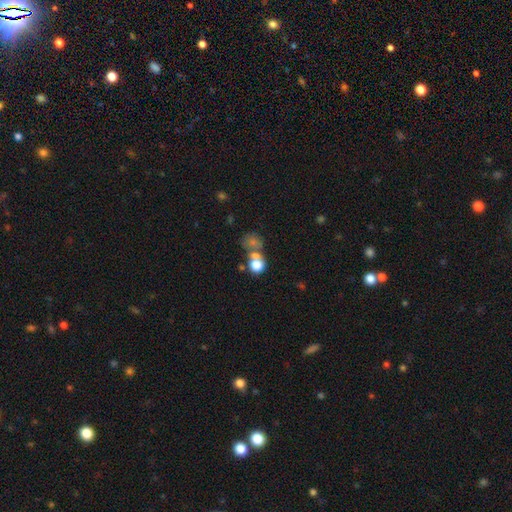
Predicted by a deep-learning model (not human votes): This is possibly a smooth galaxy (49%). Merging: possibly none (52%).